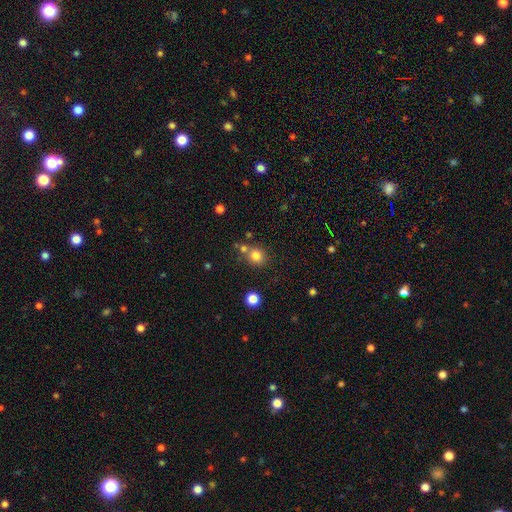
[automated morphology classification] Smooth or featured?
  - smooth: 80% *
  - star or artifact: 13%
  - featured or disk: 7%
How rounded?
  - round: 85% *
  - in between: 14%
  - cigar-shaped: 1%
Merging?
  - none: 68% *
  - merger: 18%
  - minor disturbance: 10%
  - major disturbance: 4%